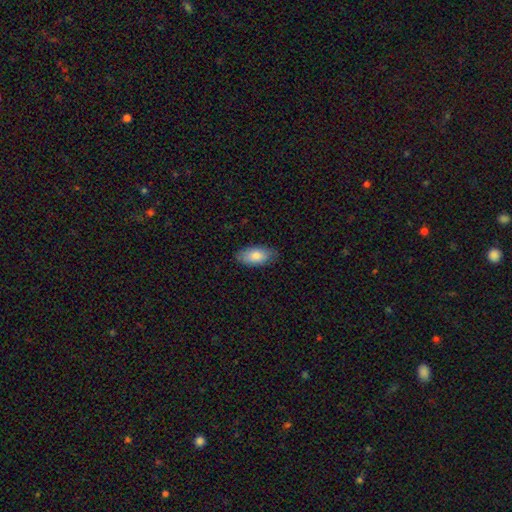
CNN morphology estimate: type=smooth (83%); roundness=in between (92%); merging=none (82%).